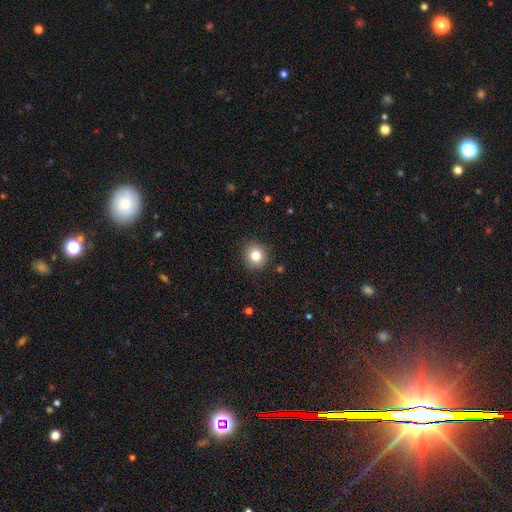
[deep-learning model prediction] smooth 80%, star or artifact 12%, featured or disk 8%. Down the decision tree: how rounded — round (91%); merging — none (89%).